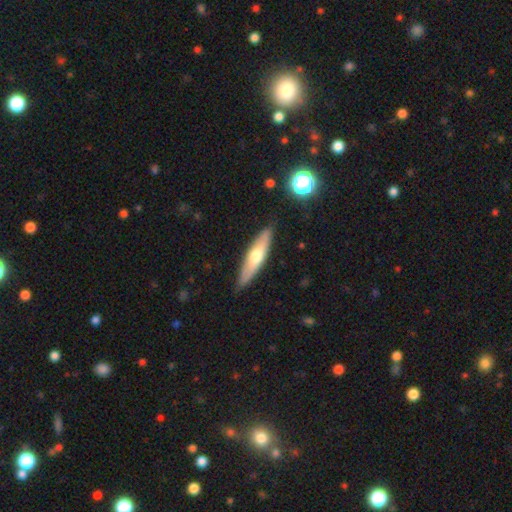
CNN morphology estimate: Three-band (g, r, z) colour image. It shows a smooth galaxy with no disk features (52%) that is cigar-shaped (74%). Merging: none (87%).